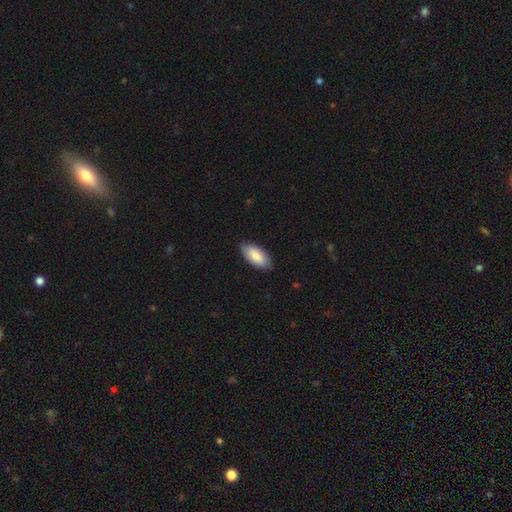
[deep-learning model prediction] Smooth or featured?
  - smooth: 85% *
  - featured or disk: 9%
  - star or artifact: 5%
How rounded?
  - in between: 90% *
  - cigar-shaped: 8%
  - round: 2%
Merging?
  - none: 84% *
  - minor disturbance: 13%
  - major disturbance: 2%
  - merger: 1%